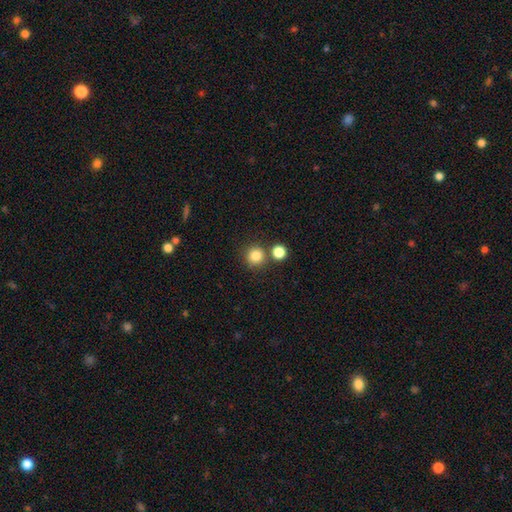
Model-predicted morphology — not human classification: Smooth or featured: smooth — 83% (star or artifact — 12%)
How rounded: round — 93% (in between — 6%)
Merging: none — 76% (merger — 14%)